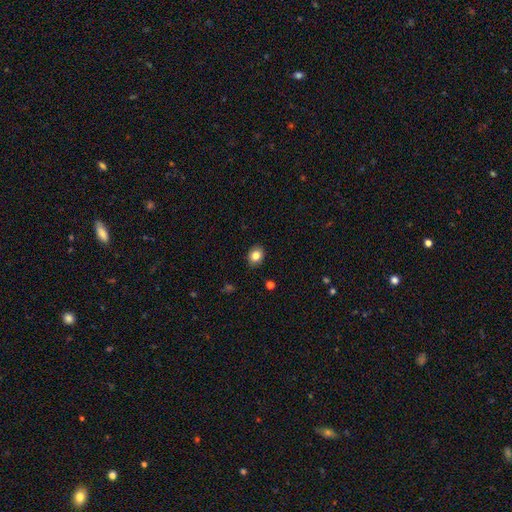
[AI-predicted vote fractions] The model was most divided on "how rounded": round: 58%, in between: 42%, cigar-shaped: 1%. More confident: merging — none (89%); smooth or featured — smooth (83%).